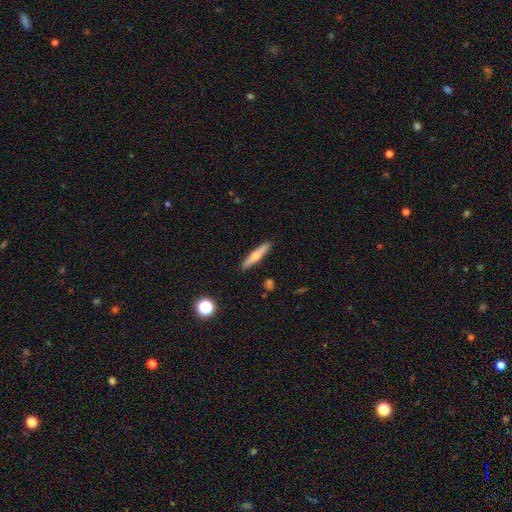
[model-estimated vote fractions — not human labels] Smooth or featured? smooth (53%)
How rounded? cigar-shaped (89%)
Merging? none (90%)